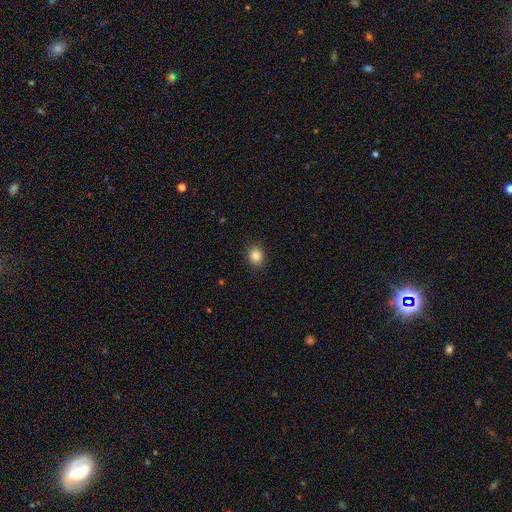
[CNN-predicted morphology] This is clearly a smooth galaxy (85%). How rounded: likely round (74%). Merging: clearly none (90%).